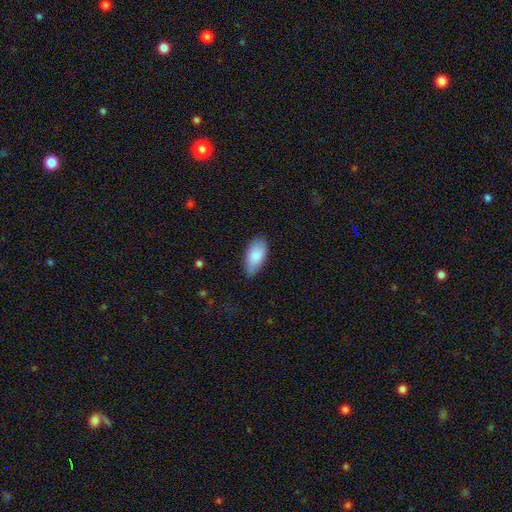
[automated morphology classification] A smooth galaxy with no disk features (84%) that is in between round and cigar-shaped (93%).

Vote fractions:
- Smooth or featured? smooth: 84% / featured or disk: 10% / star or artifact: 6%
- How rounded? in between: 93% / cigar-shaped: 4% / round: 3%
- Merging? none: 71% / minor disturbance: 24% / major disturbance: 3% / merger: 1%